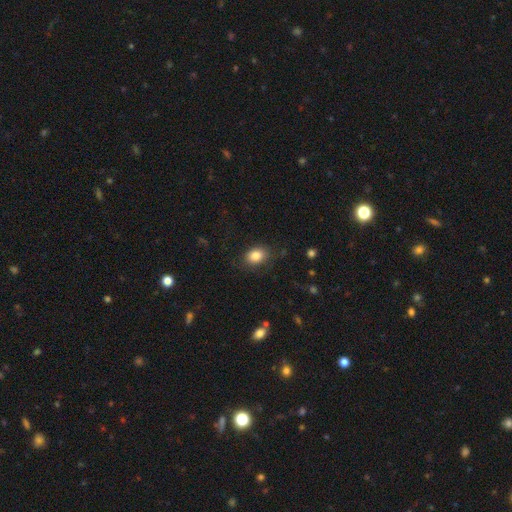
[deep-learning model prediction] smooth-or-featured: smooth: 84% | star or artifact: 9% | featured or disk: 7%
  how-rounded: in between: 67% | round: 32% | cigar-shaped: 1%
  merging: none: 81% | minor disturbance: 14% | major disturbance: 4% | merger: 1%